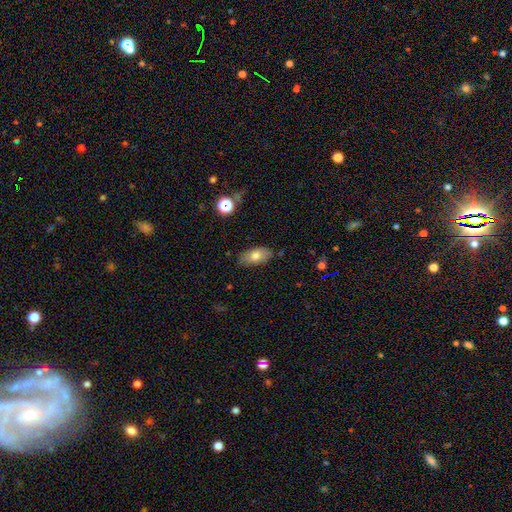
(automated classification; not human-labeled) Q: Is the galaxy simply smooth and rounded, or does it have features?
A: smooth — 75%.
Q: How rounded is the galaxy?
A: in between — 90%.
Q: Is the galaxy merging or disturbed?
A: none — 80%.